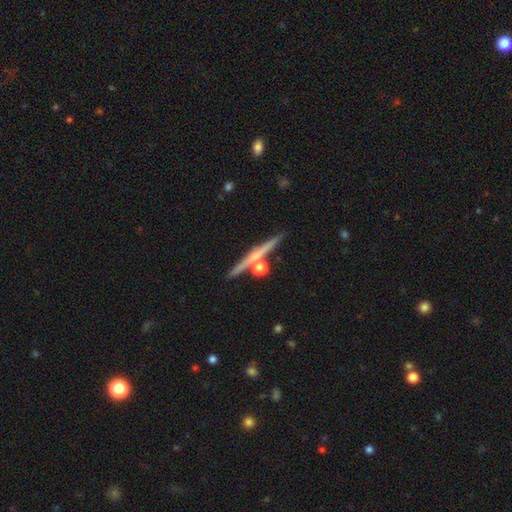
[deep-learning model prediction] This is likely a featured or disk galaxy (61%). It is clearly viewed edge-on (96%). Edge-on bulge: possibly rounded (48%). Merging: likely none (79%).